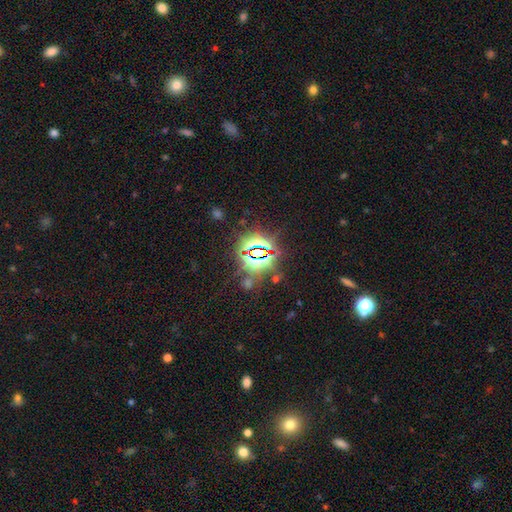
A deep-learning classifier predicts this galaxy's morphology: Smooth or featured: star or artifact — 81% (smooth — 11%)